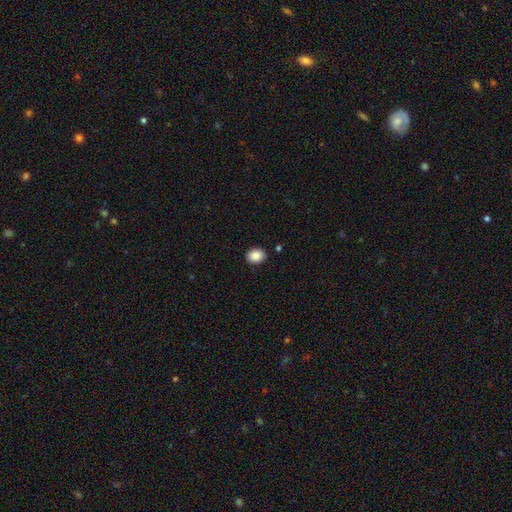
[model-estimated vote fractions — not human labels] Smooth or featured?
  - smooth: 87% *
  - star or artifact: 8%
  - featured or disk: 4%
How rounded?
  - in between: 55% *
  - round: 44%
  - cigar-shaped: 1%
Merging?
  - none: 89% *
  - minor disturbance: 8%
  - major disturbance: 2%
  - merger: 2%